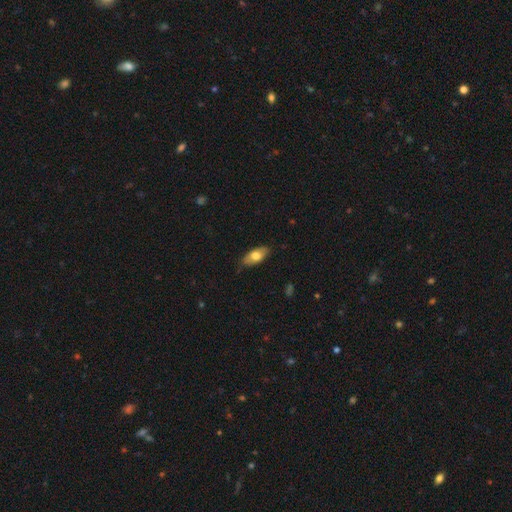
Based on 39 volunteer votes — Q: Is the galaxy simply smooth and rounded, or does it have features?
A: smooth — 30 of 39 (77%).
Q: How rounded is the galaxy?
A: in between — 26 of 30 (87%).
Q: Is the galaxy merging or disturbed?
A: none — 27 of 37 (73%).